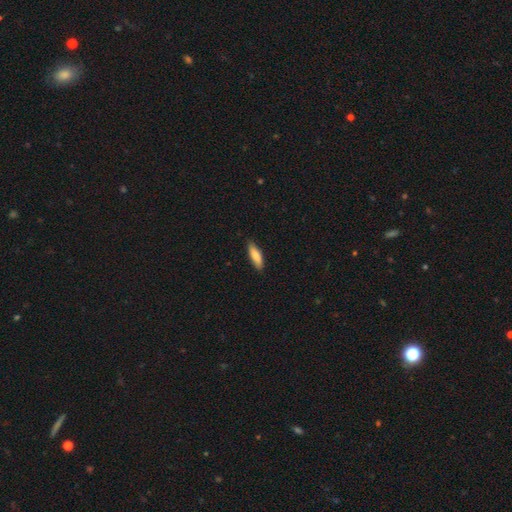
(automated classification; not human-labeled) Q: Smooth or featured?
A: smooth (81%); runner-up: featured or disk (14%)
Q: How rounded?
A: cigar-shaped (52%); runner-up: in between (46%)
Q: Merging?
A: none (85%); runner-up: minor disturbance (12%)